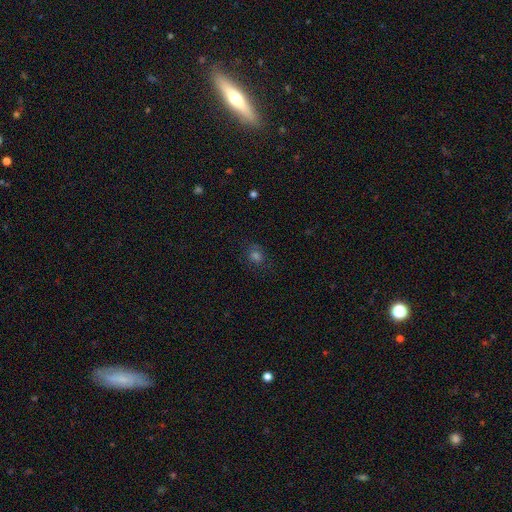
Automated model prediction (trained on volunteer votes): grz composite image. It shows a smooth galaxy with no disk features (61%) that is round (65%). Merging: none (78%).